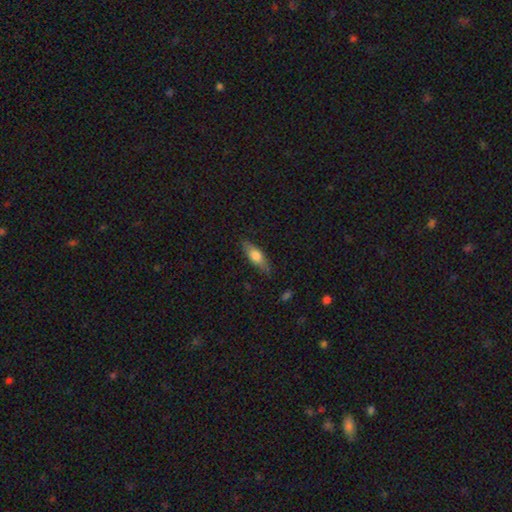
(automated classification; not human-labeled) A smooth galaxy with no disk features (59%) that is in between round and cigar-shaped (57%).

Vote fractions:
- Smooth or featured? smooth: 59% / featured or disk: 34% / star or artifact: 7%
- How rounded? in between: 57% / cigar-shaped: 40% / round: 3%
- Merging? none: 83% / minor disturbance: 13% / major disturbance: 3% / merger: 1%